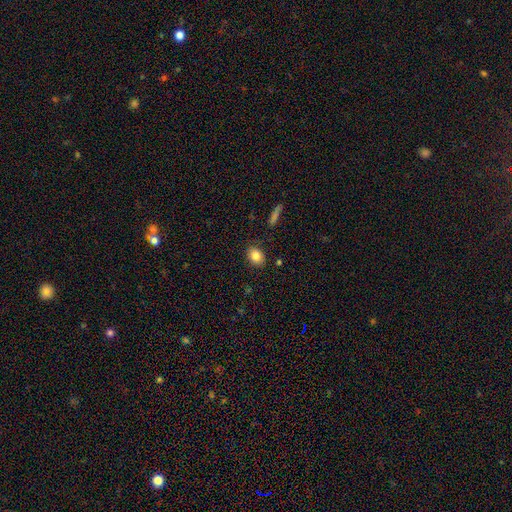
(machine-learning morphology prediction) Smooth or featured?
  - smooth: 84% *
  - star or artifact: 9%
  - featured or disk: 7%
How rounded?
  - in between: 65% *
  - round: 34%
  - cigar-shaped: 1%
Merging?
  - none: 86% *
  - minor disturbance: 10%
  - major disturbance: 3%
  - merger: 2%